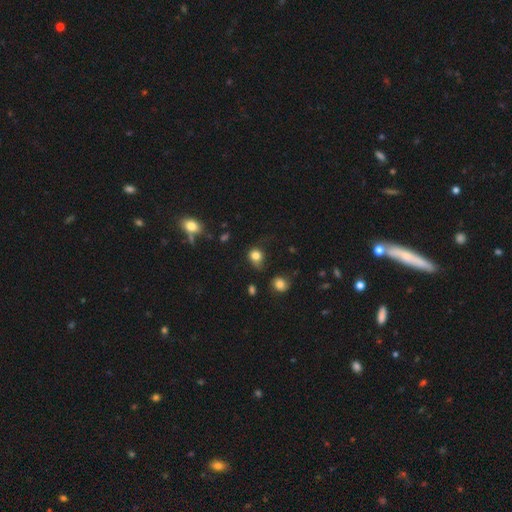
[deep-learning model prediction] Smooth or featured? smooth (80%)
How rounded? round (64%)
Merging? none (44%)